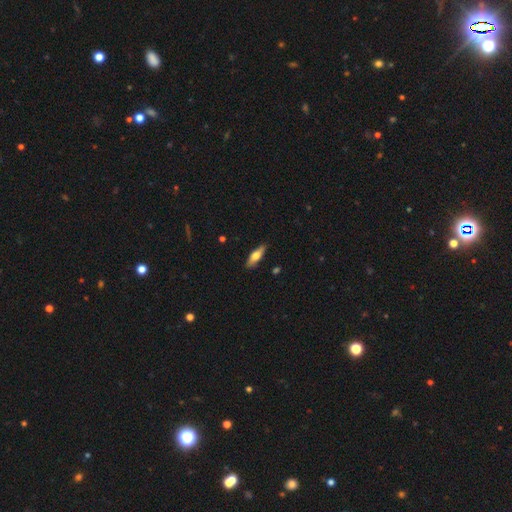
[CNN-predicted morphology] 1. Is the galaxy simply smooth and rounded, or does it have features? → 58% smooth, 36% featured or disk, 6% star or artifact.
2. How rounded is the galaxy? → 50% in between, 48% cigar-shaped, 2% round.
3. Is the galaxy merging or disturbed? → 86% none, 11% minor disturbance, 2% major disturbance, 1% merger.